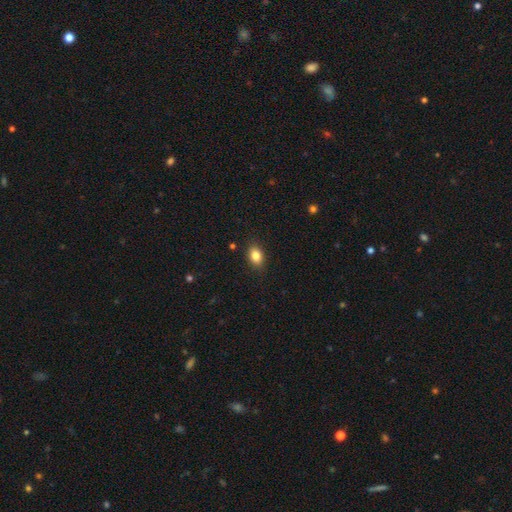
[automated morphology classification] smooth 84%, star or artifact 9%, featured or disk 6%. Down the decision tree: how rounded — in between (77%); merging — none (87%).